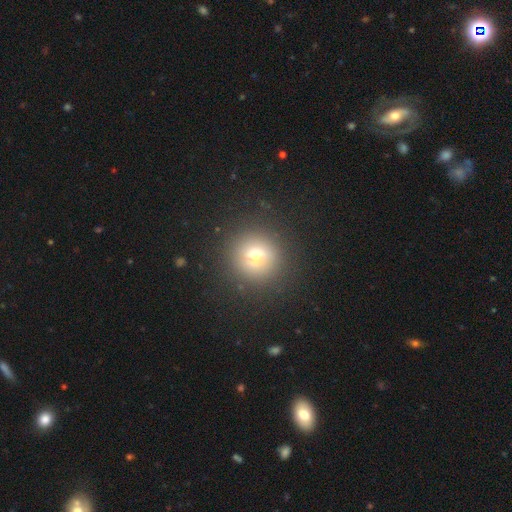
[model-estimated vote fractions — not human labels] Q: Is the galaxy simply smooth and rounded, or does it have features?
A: smooth — 65%.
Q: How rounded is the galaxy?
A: round — 94%.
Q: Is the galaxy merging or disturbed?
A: none — 87%.